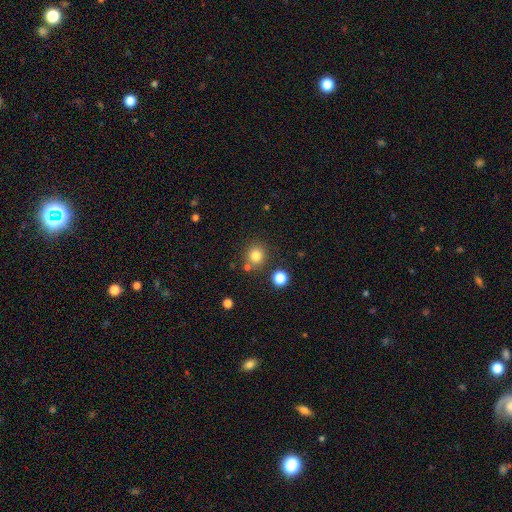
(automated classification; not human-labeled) A smooth galaxy with no disk features (81%) that is round (88%). Merging: none (78%).